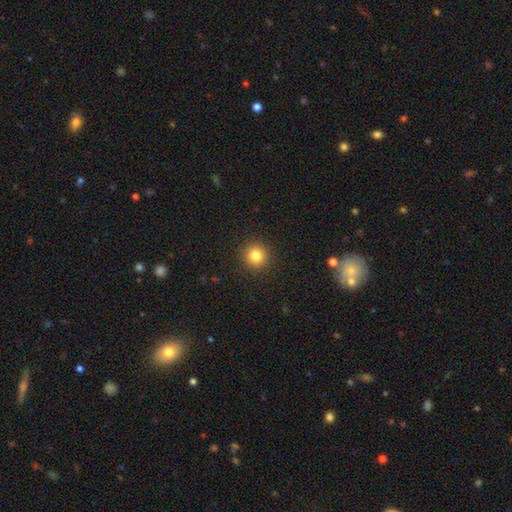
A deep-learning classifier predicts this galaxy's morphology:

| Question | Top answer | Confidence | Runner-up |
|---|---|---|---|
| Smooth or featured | smooth | 82% | star or artifact (12%) |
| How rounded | round | 95% | in between (4%) |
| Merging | none | 92% | minor disturbance (5%) |